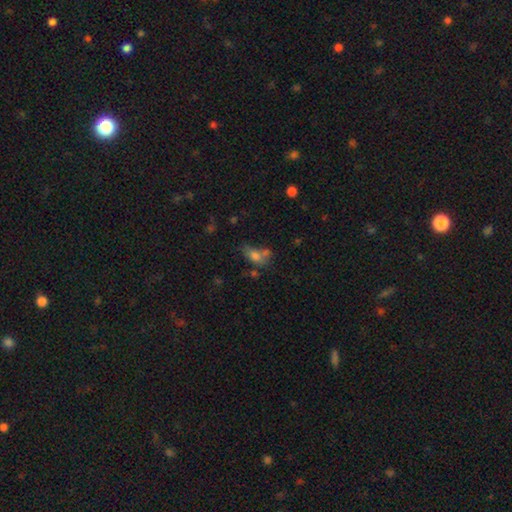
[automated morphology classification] A smooth galaxy with no disk features (69%) that is in between round and cigar-shaped (81%). Merging: merger (36%).